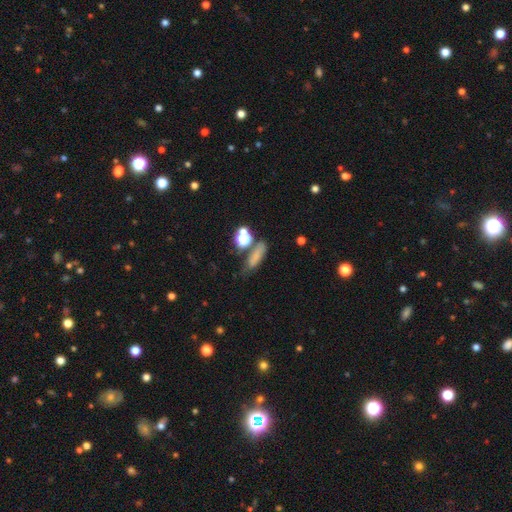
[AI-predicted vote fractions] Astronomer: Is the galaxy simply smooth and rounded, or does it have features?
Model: smooth — 68%.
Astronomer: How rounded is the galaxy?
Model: cigar-shaped — 44% (runner-up: in between, 41%).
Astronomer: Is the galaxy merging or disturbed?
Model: none — 58%.